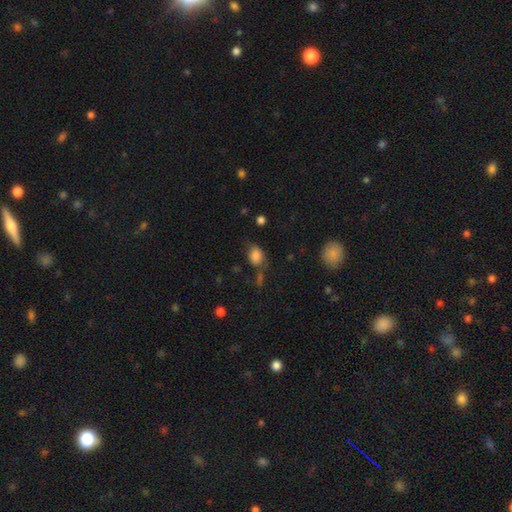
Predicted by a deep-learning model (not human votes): Overall: smooth (81%). How rounded: in between (73%). Merging: none (54%; minor disturbance 25%).